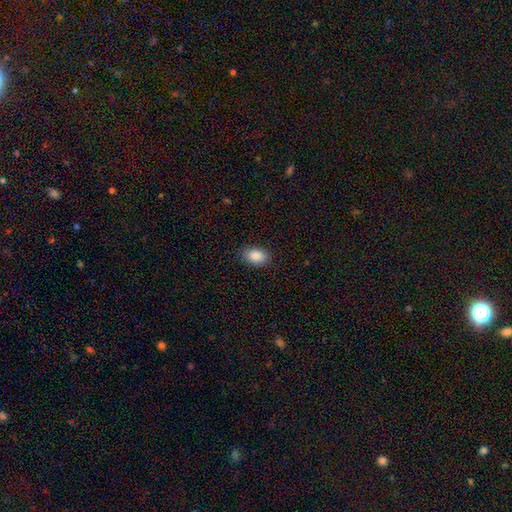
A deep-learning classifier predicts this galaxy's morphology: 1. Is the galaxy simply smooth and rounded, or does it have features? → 88% smooth, 7% star or artifact, 5% featured or disk.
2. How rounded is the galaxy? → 85% in between, 14% round, 1% cigar-shaped.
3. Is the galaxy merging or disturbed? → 87% none, 10% minor disturbance, 2% major disturbance, 1% merger.